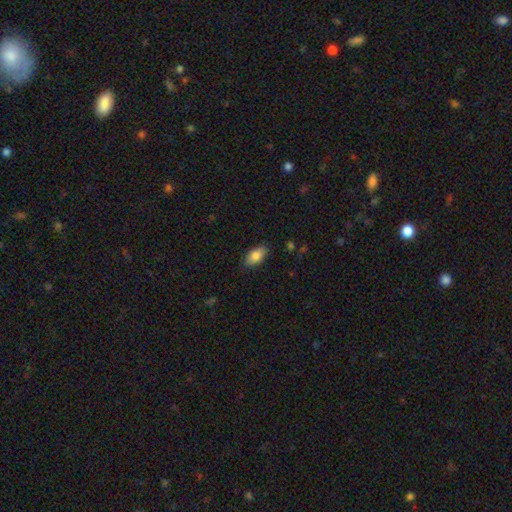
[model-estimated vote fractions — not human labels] This is clearly a smooth galaxy (83%). How rounded: clearly in between (90%). Merging: clearly none (84%).